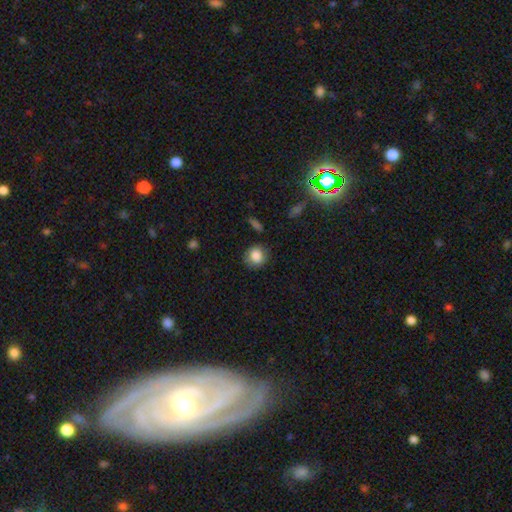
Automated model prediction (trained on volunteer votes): This appears to be a smooth galaxy with no disk features (85%) that is round (83%). Merging: none (80%).